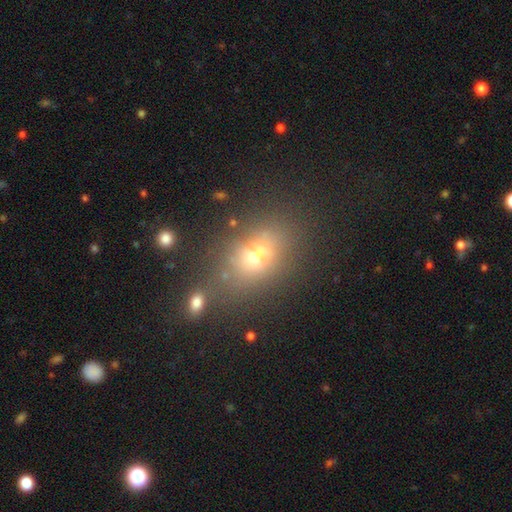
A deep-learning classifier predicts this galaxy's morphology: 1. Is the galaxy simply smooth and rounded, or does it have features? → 61% smooth, 22% star or artifact, 17% featured or disk.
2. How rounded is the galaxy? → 71% in between, 24% round, 5% cigar-shaped.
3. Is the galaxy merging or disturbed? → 66% none, 15% minor disturbance, 12% merger, 7% major disturbance.